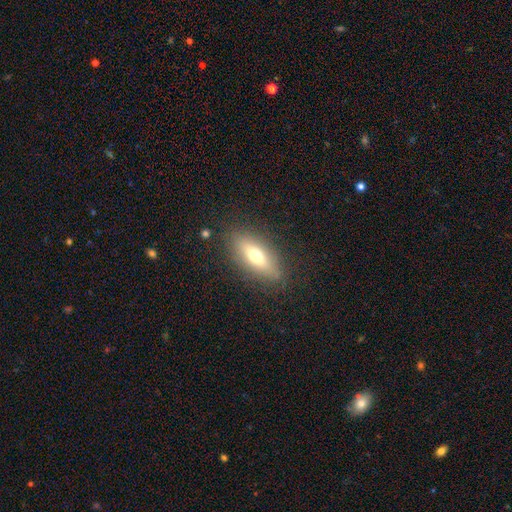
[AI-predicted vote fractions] Overall: smooth (58%; featured or disk 33%). How rounded: in between (64%; cigar-shaped 31%). Merging: none (84%).